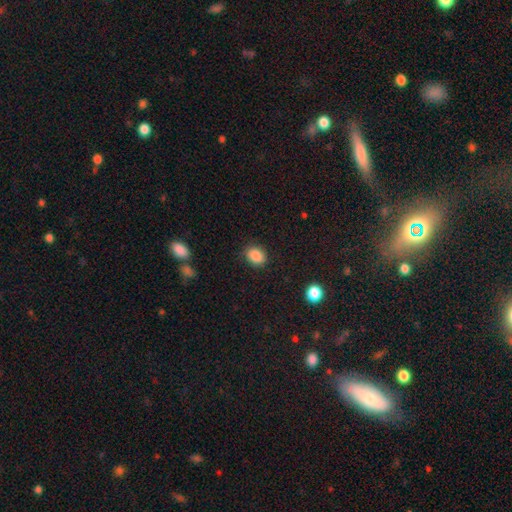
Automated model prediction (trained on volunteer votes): Smooth or featured? smooth (87%)
How rounded? in between (59%)
Merging? none (86%)